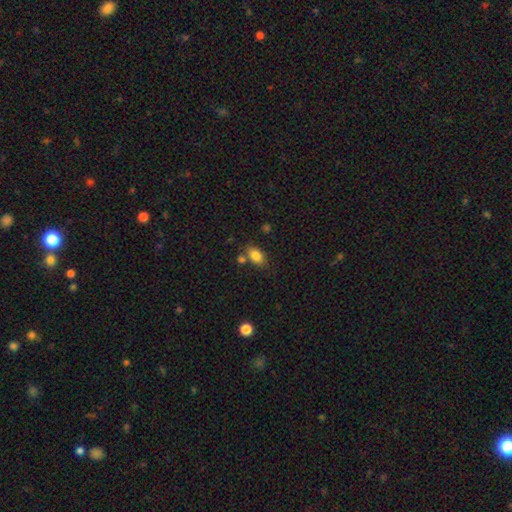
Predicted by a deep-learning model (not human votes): smooth_or_featured: smooth (p=0.83) [alt: star or artifact p=0.09]
how_rounded: in between (p=0.86) [alt: round p=0.12]
merging: none (p=0.70) [alt: minor disturbance p=0.14]